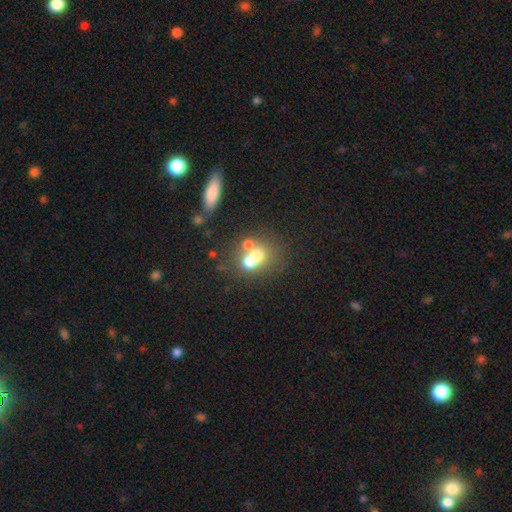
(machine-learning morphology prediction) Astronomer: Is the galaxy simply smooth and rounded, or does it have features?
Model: smooth — 59%.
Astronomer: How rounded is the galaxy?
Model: round — 69%.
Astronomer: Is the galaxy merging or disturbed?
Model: merger — 60%.